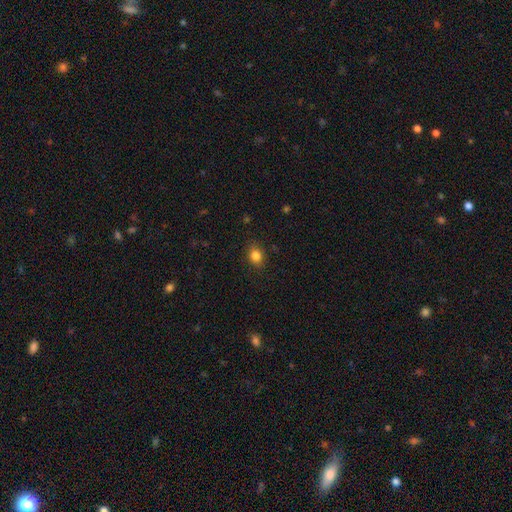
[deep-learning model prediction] Smooth or featured? Predicted: smooth (p=0.83). How rounded? Predicted: in between (p=0.57). Merging? Predicted: none (p=0.86).